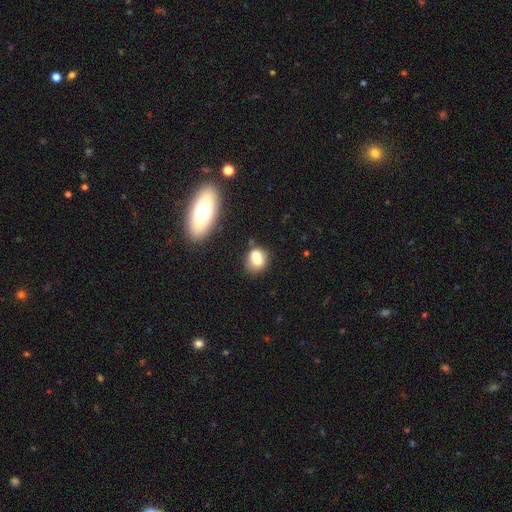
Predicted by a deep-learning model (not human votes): Smooth or featured? smooth (71%)
How rounded? round (61%)
Merging? merger (46%)